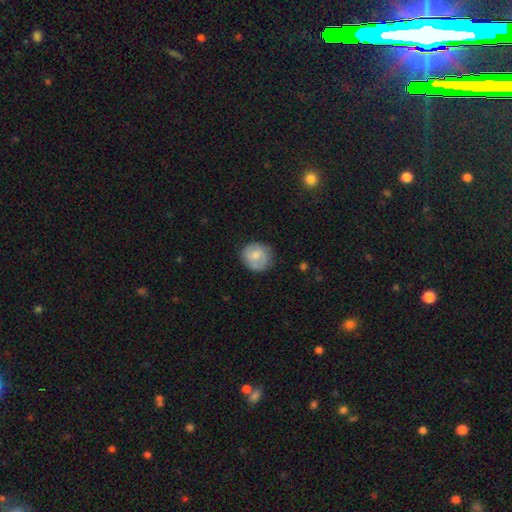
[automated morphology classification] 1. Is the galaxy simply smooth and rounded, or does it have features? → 55% smooth, 38% featured or disk, 7% star or artifact.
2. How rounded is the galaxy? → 86% round, 13% in between, 1% cigar-shaped.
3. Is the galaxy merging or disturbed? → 78% none, 16% minor disturbance, 5% major disturbance, 1% merger.